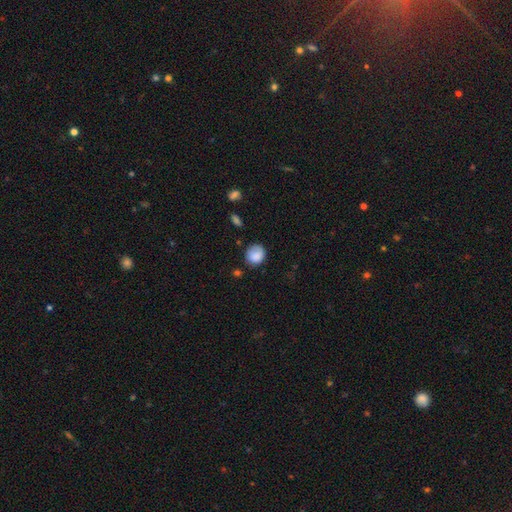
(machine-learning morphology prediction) This appears to be a smooth galaxy with no disk features (85%) that is round (76%). Merging: none (65%).